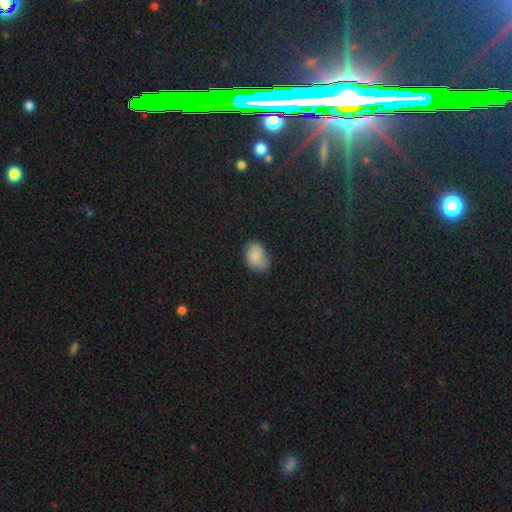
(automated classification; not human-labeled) This is clearly a smooth galaxy (81%). How rounded: clearly in between (83%). Merging: possibly none (59%).